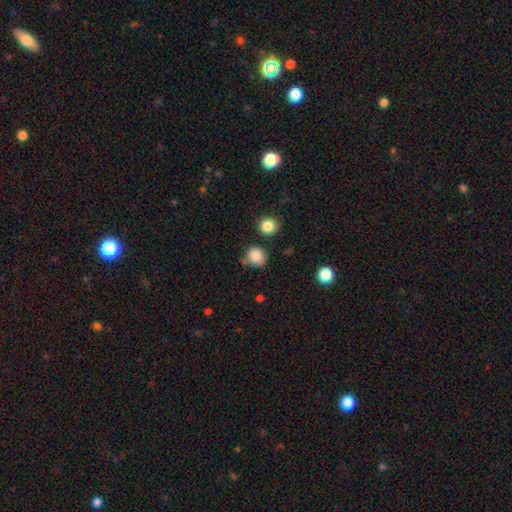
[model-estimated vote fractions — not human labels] Smooth or featured? smooth (85%)
How rounded? round (82%)
Merging? none (69%)